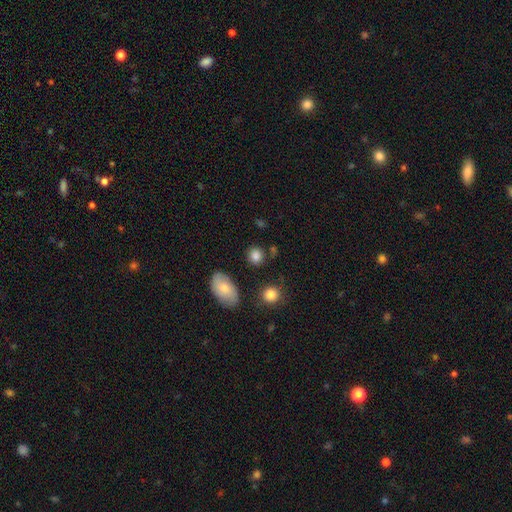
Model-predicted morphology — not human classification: smooth 84%, star or artifact 10%, featured or disk 6%. Down the decision tree: how rounded — round (76%); merging — none (83%).